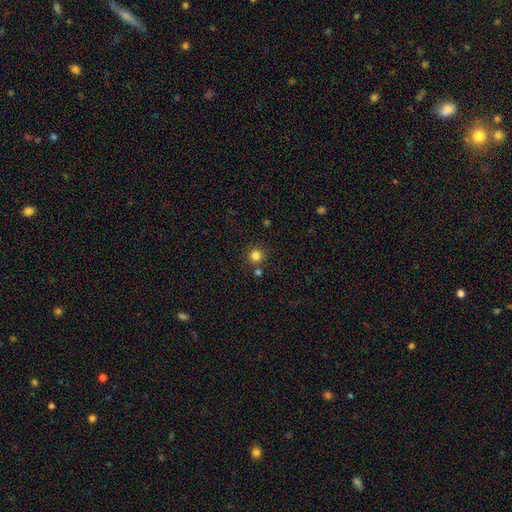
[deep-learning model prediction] A smooth galaxy with no disk features (82%) that is round (94%).

Vote fractions:
- Smooth or featured? smooth: 82% / star or artifact: 13% / featured or disk: 5%
- How rounded? round: 94% / in between: 5% / cigar-shaped: 1%
- Merging? none: 81% / merger: 9% / minor disturbance: 7% / major disturbance: 2%